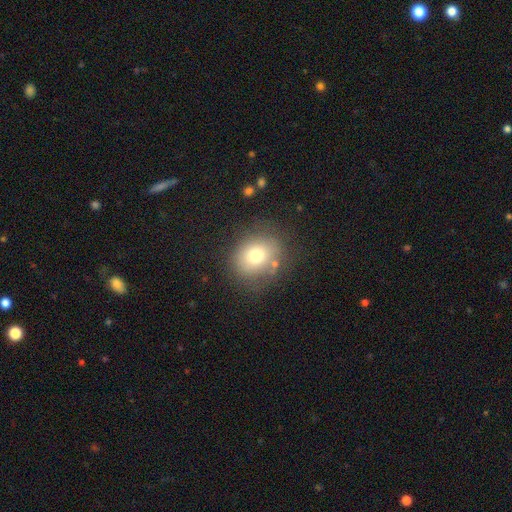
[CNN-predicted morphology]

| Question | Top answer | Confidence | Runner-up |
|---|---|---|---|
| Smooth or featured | smooth | 73% | featured or disk (14%) |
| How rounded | round | 67% | in between (32%) |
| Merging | none | 74% | minor disturbance (15%) |